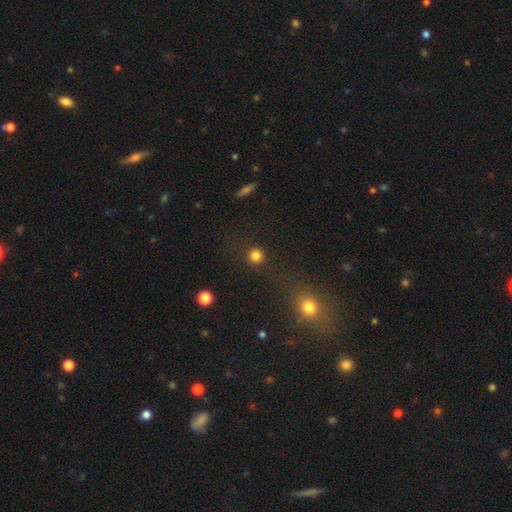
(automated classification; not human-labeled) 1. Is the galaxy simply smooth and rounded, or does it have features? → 83% smooth, 13% star or artifact, 4% featured or disk.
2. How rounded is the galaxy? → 94% round, 5% in between, 1% cigar-shaped.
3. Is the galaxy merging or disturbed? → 87% none, 7% minor disturbance, 4% major disturbance, 3% merger.